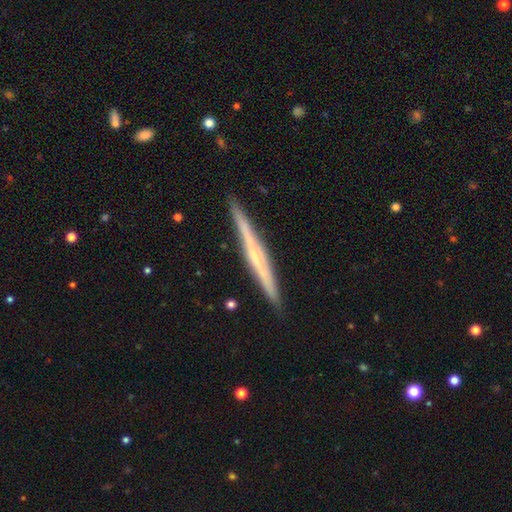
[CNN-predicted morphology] smooth-or-featured: featured or disk: 70% | smooth: 25% | star or artifact: 6%
  disk-edge-on: yes: 98% | no: 2%
    edge-on-bulge: rounded: 48% | none: 45% | boxy: 7%
  merging: none: 91% | minor disturbance: 7% | major disturbance: 1% | merger: 1%